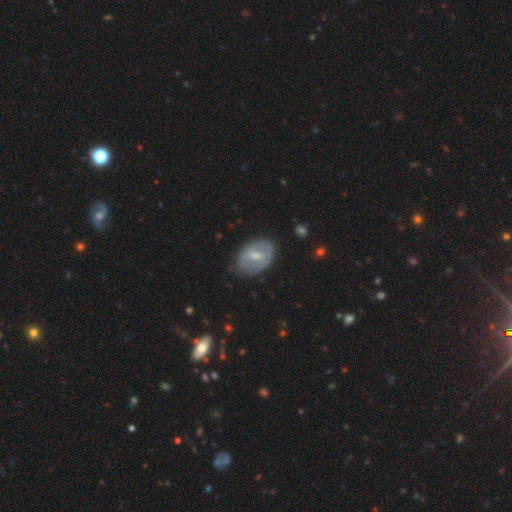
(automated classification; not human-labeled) A featured or disk galaxy (53%). Merging: none (73%).